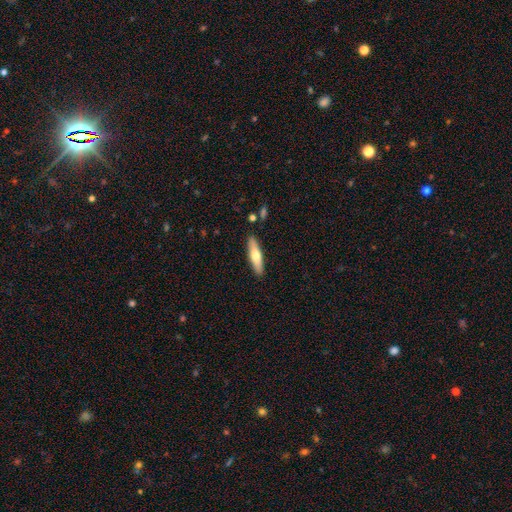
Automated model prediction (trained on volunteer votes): Smooth or featured? Predicted: smooth (p=0.60). How rounded? Predicted: cigar-shaped (p=0.73). Merging? Predicted: none (p=0.89).